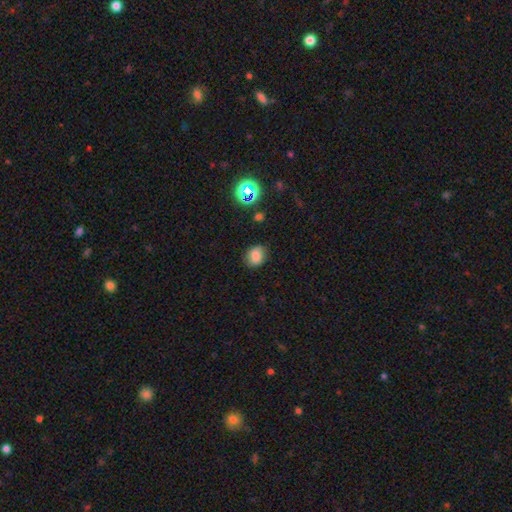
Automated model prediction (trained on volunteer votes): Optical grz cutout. It shows a smooth galaxy with no disk features (78%) that is round (54%). Merging: none (77%).